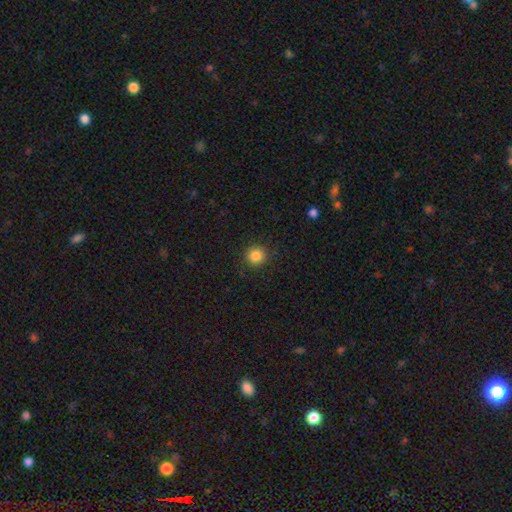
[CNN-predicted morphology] This appears to be a smooth galaxy with no disk features (85%) that is round (94%). Merging: none (90%).